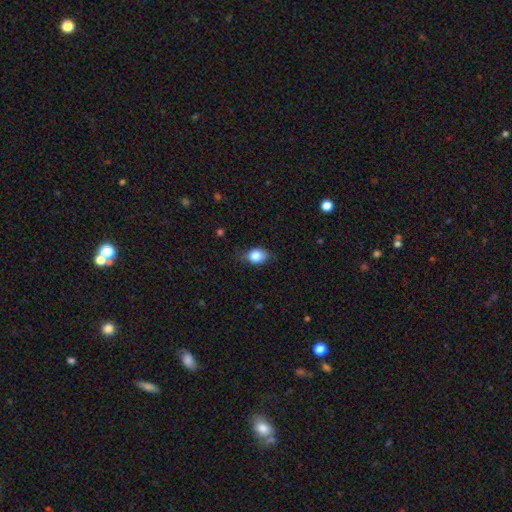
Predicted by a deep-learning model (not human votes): Smooth or featured? Predicted: smooth (p=0.84). How rounded? Predicted: in between (p=0.64). Merging? Predicted: none (p=0.71).